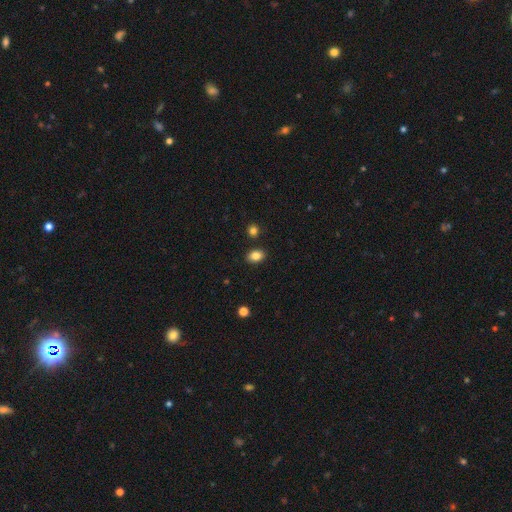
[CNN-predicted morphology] Smooth or featured? Predicted: smooth (p=0.85). How rounded? Predicted: in between (p=0.77). Merging? Predicted: none (p=0.86).